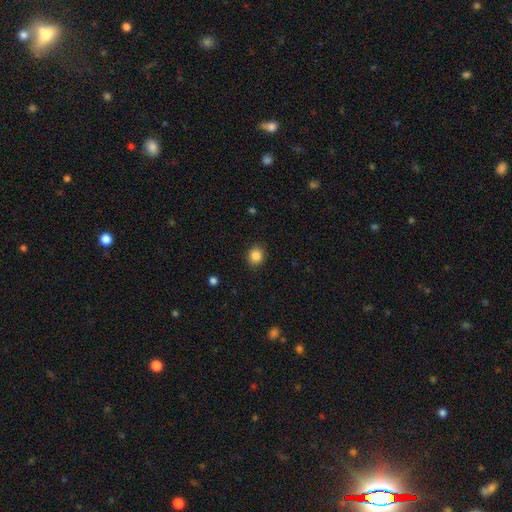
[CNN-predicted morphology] The model was most divided on "how rounded": round: 80%, in between: 19%, cigar-shaped: 1%. More confident: merging — none (90%); smooth or featured — smooth (86%).